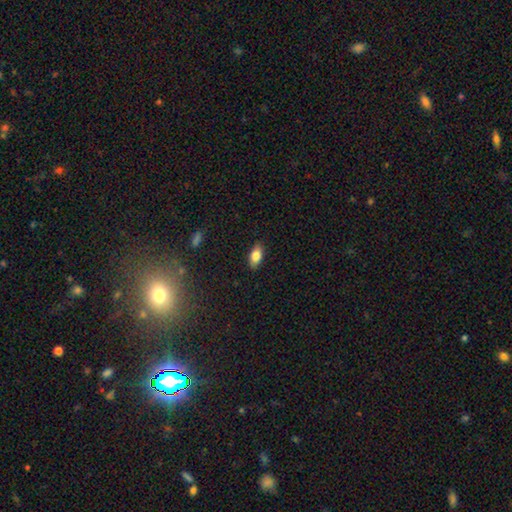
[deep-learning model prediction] Smooth or featured: smooth — 81% (featured or disk — 11%)
How rounded: in between — 89% (cigar-shaped — 7%)
Merging: none — 87% (minor disturbance — 10%)